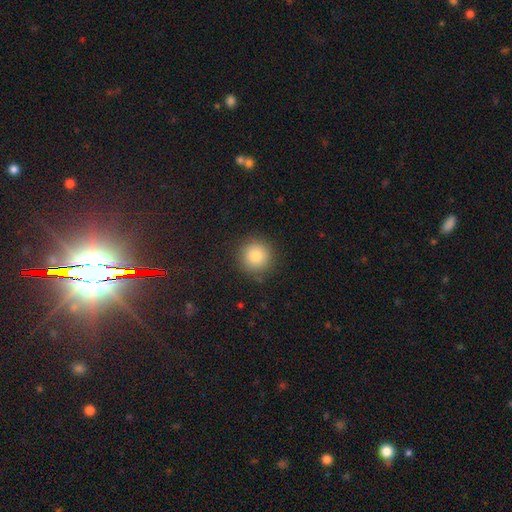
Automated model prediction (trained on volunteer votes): Q: Smooth or featured?
A: smooth (82%); runner-up: star or artifact (10%)
Q: How rounded?
A: round (94%); runner-up: in between (5%)
Q: Merging?
A: none (88%); runner-up: minor disturbance (8%)